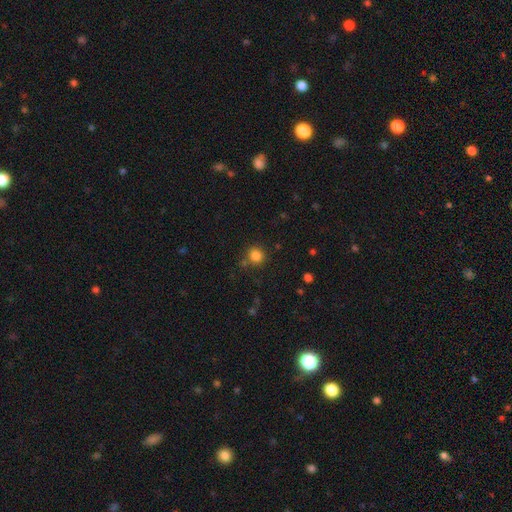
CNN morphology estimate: This appears to be a smooth galaxy with no disk features (83%) that is round (90%). Merging: none (81%).